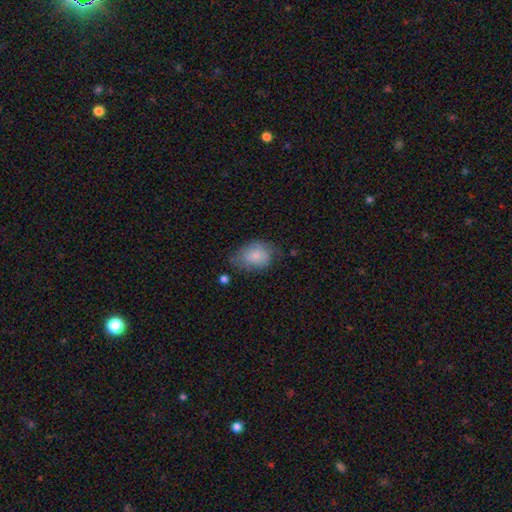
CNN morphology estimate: This is clearly a smooth galaxy (80%). How rounded: likely in between (71%). Merging: possibly none (52%).